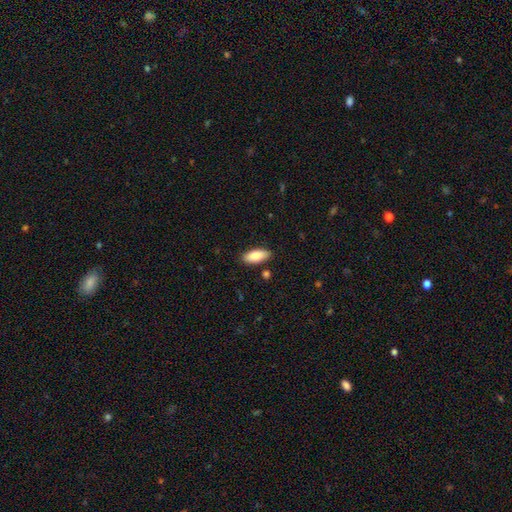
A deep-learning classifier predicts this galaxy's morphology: A smooth galaxy with no disk features (85%) that is in between round and cigar-shaped (83%). Merging: none (86%).